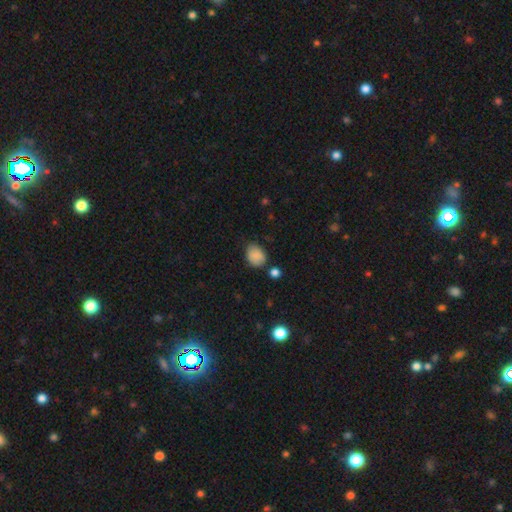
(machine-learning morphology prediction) A smooth galaxy with no disk features (86%) that is in between round and cigar-shaped (61%).

Vote fractions:
- Smooth or featured? smooth: 86% / star or artifact: 9% / featured or disk: 5%
- How rounded? in between: 61% / round: 38% / cigar-shaped: 1%
- Merging? none: 68% / minor disturbance: 23% / major disturbance: 5% / merger: 4%